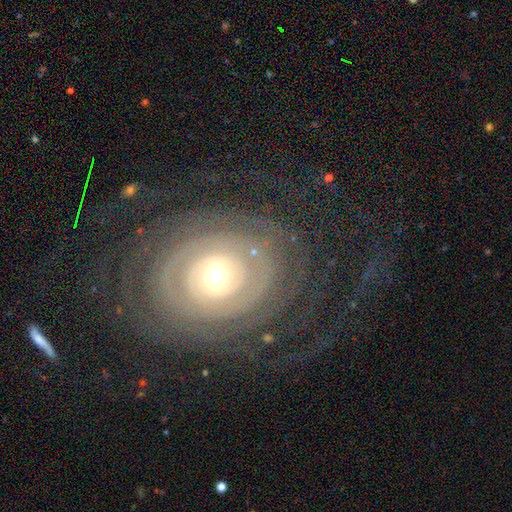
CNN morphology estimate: The model was most divided on "spiral arm count": can't tell: 39%, 2: 24%, 3: 11%, more than 4: 10%, 4: 9%, 1: 8%. More confident: edge-on disk — no (96%); spiral arms — yes (86%); smooth or featured — featured or disk (83%); bar — no (78%); spiral winding — tight (77%); merging — none (72%); bulge size — moderate (54%).